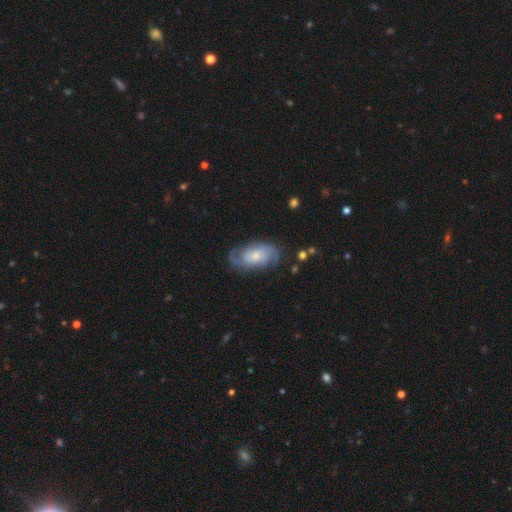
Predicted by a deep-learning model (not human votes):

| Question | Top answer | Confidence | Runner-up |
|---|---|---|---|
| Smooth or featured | featured or disk | 78% | smooth (16%) |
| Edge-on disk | no | 96% | yes (4%) |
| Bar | no | 67% | weak (28%) |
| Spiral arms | yes | 94% | no (6%) |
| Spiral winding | medium | 42% | tight (39%) |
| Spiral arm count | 2 | 63% | can't tell (16%) |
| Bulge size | small | 50% | moderate (39%) |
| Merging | none | 72% | minor disturbance (18%) |